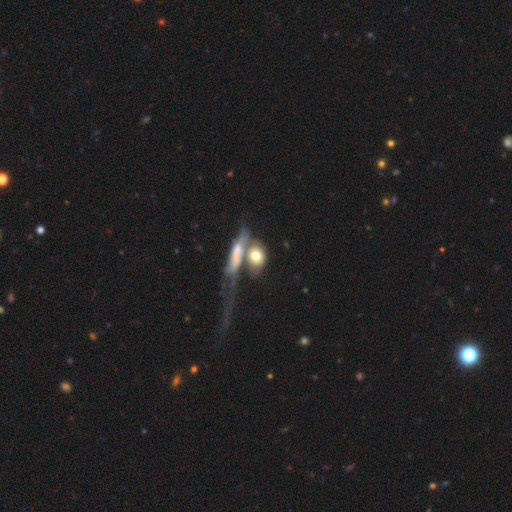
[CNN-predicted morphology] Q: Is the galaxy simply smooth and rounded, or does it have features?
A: smooth — 67%.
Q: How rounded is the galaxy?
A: in between — 52%.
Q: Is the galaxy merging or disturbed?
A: merger — 46%.